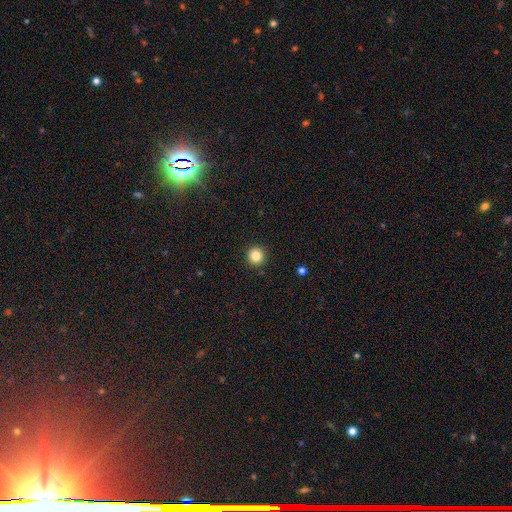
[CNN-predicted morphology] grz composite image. It shows a smooth galaxy with no disk features (84%) that is round (95%). Merging: none (93%).